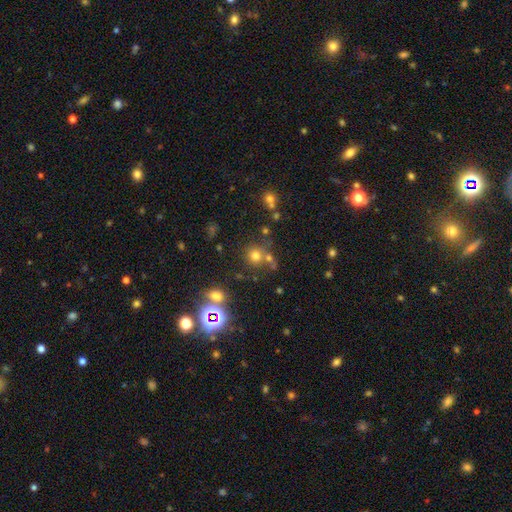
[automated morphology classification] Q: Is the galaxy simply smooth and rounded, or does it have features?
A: smooth — 67%.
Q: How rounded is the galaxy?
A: round — 89%.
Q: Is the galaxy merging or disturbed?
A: none — 63%.